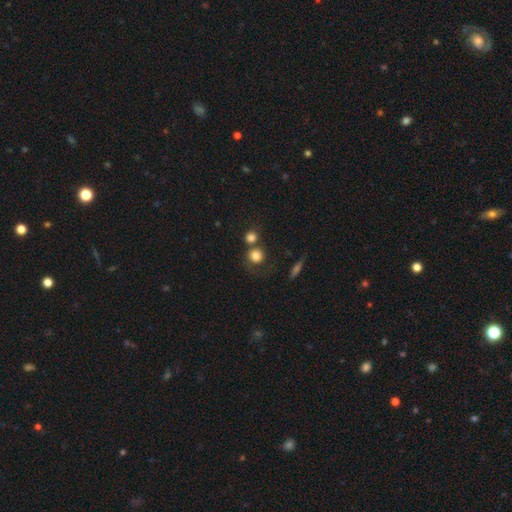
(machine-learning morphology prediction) Smooth or featured: smooth — 80% (star or artifact — 11%)
How rounded: round — 86% (in between — 13%)
Merging: none — 51% (merger — 31%)